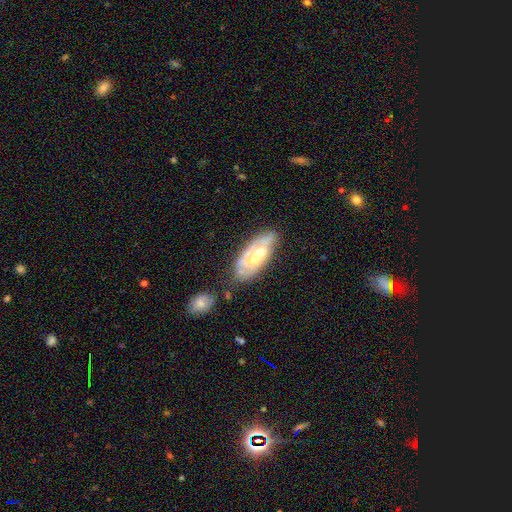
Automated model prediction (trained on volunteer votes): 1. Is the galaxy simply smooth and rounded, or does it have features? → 70% featured or disk, 24% smooth, 6% star or artifact.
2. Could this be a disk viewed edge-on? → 88% no, 12% yes.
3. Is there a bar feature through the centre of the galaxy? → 45% weak, 29% strong, 26% no.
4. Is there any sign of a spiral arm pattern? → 80% yes, 20% no.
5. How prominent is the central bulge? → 53% moderate, 21% small, 19% large, 5% none, 2% dominant.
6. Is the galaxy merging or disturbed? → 61% none, 24% minor disturbance, 9% major disturbance, 6% merger.